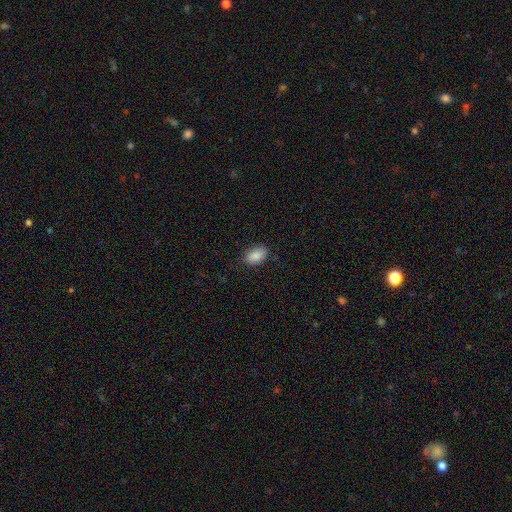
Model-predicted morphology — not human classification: This appears to be a smooth galaxy with no disk features (87%) that is in between round and cigar-shaped (92%). Merging: none (83%).